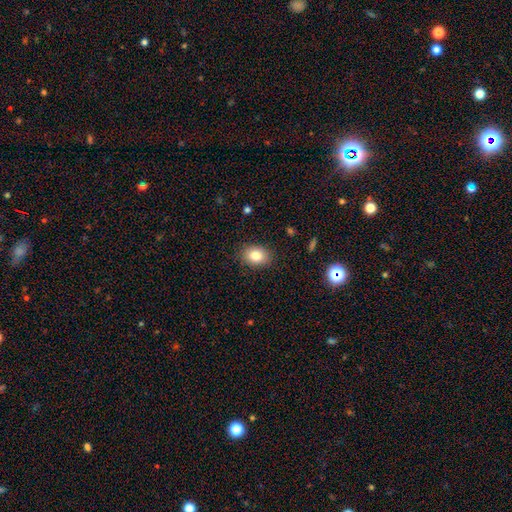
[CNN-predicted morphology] smooth-or-featured: smooth: 83% | star or artifact: 9% | featured or disk: 8%
  how-rounded: in between: 70% | round: 29% | cigar-shaped: 1%
  merging: none: 87% | minor disturbance: 10% | major disturbance: 3% | merger: 1%